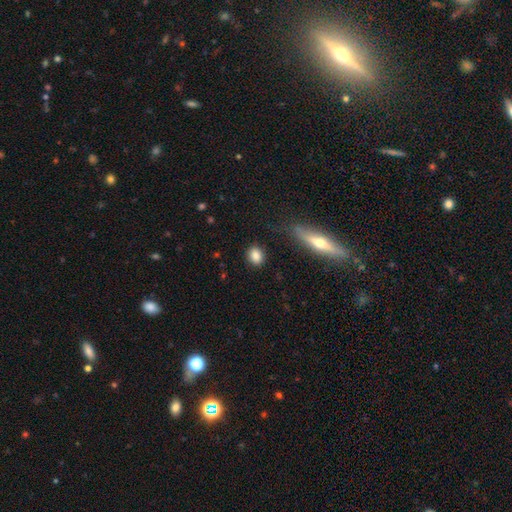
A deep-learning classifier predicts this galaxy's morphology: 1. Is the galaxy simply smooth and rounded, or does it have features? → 85% smooth, 8% star or artifact, 6% featured or disk.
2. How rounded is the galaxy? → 61% round, 36% in between, 3% cigar-shaped.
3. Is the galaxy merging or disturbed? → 87% none, 8% minor disturbance, 3% major disturbance, 2% merger.